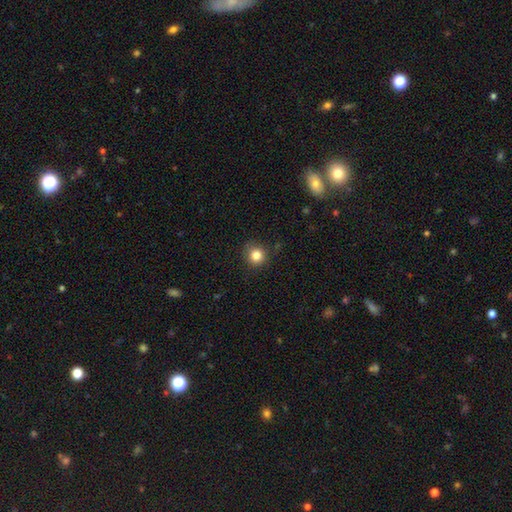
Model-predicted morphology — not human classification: A smooth galaxy with no disk features (83%) that is round (92%). Merging: none (87%).